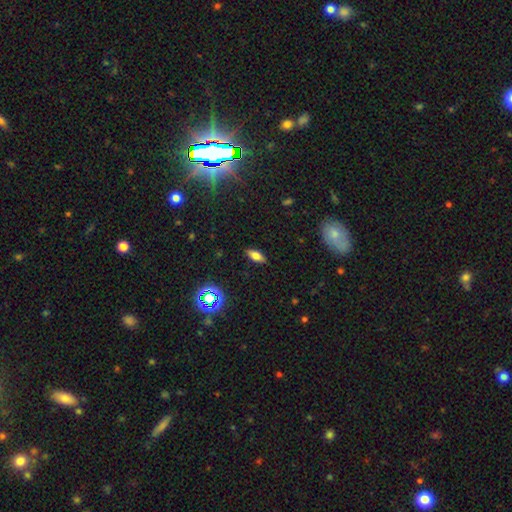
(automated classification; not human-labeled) A smooth galaxy with no disk features (65%) that is in between round and cigar-shaped (77%). Merging: none (88%).